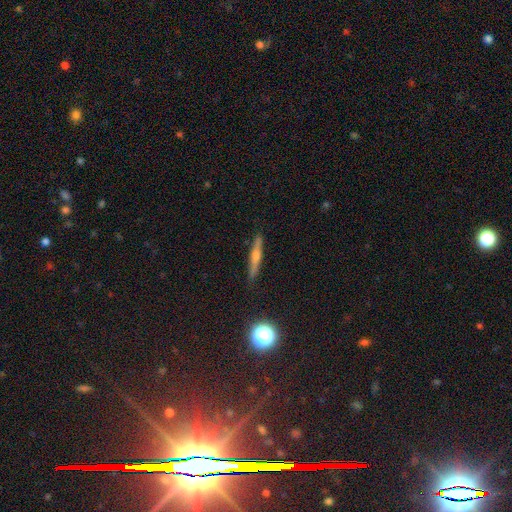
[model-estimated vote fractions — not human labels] smooth_or_featured: featured or disk (p=0.60) [alt: smooth p=0.27]
disk_edge_on: yes (p=0.96) [alt: no p=0.04]
edge_on_bulge: rounded (p=0.82) [alt: none p=0.13]
merging: none (p=0.90) [alt: minor disturbance p=0.07]